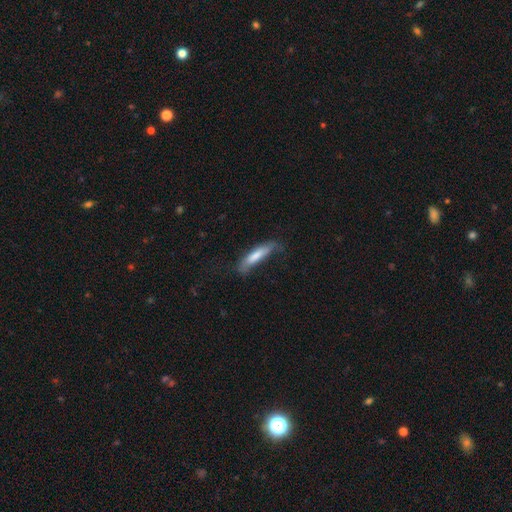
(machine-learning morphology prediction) Smooth or featured: smooth — 70% (featured or disk — 24%)
How rounded: cigar-shaped — 78% (in between — 21%)
Merging: none — 51% (minor disturbance — 30%)